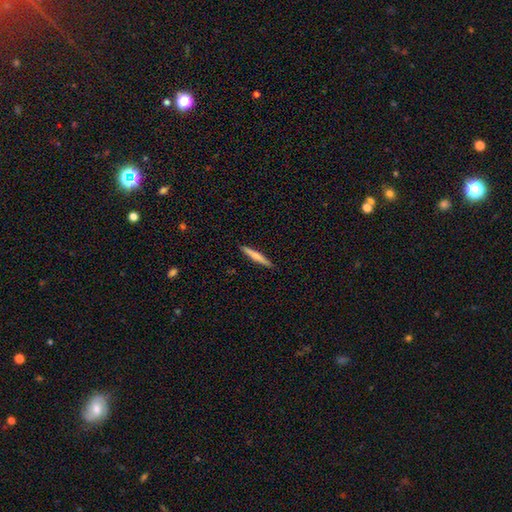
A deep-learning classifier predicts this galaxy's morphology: A smooth galaxy with no disk features (65%) that is cigar-shaped (95%). Merging: none (91%).